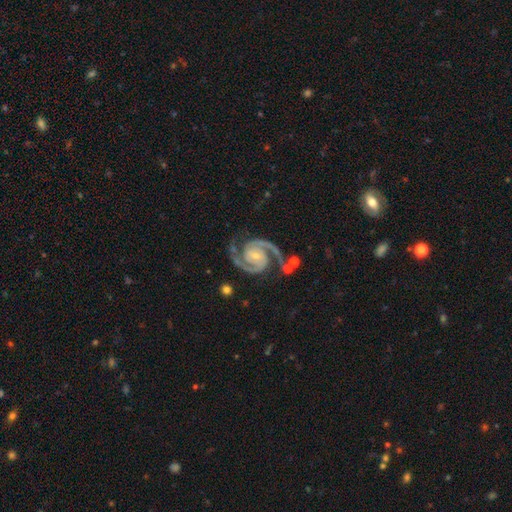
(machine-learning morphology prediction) Smooth or featured: featured or disk — 94% (star or artifact — 4%)
Edge-on disk: no — 98% (yes — 2%)
Bar: no — 51% (weak — 32%)
Spiral arms: yes — 99% (no — 1%)
Spiral winding: medium — 54% (tight — 39%)
Spiral arm count: 2 — 94% (3 — 2%)
Bulge size: small — 66% (moderate — 26%)
Merging: none — 77% (minor disturbance — 13%)